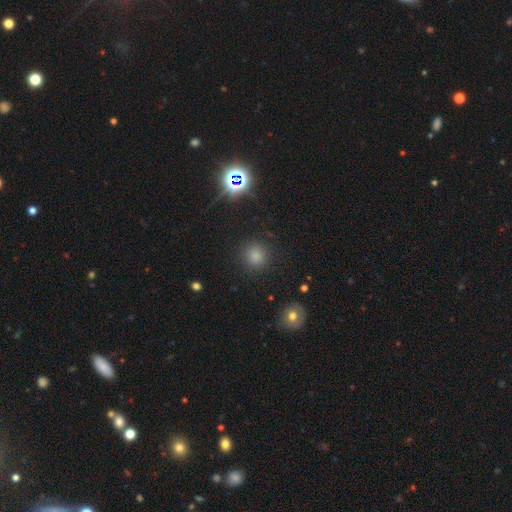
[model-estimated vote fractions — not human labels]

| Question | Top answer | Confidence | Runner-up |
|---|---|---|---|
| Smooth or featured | smooth | 77% | star or artifact (18%) |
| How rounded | round | 92% | in between (7%) |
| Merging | none | 88% | minor disturbance (7%) |